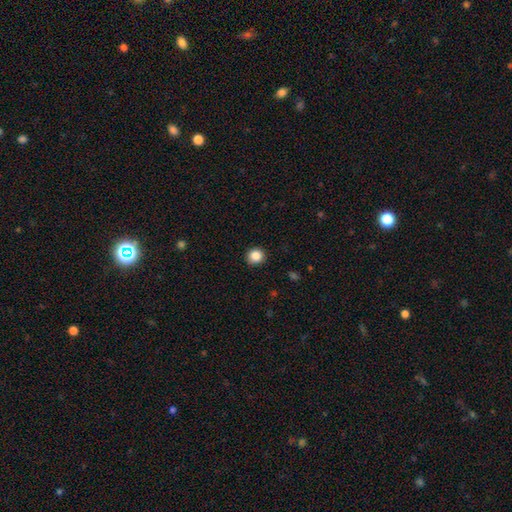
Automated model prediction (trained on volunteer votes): A smooth galaxy with no disk features (86%) that is round (90%).

Vote fractions:
- Smooth or featured? smooth: 86% / star or artifact: 10% / featured or disk: 4%
- How rounded? round: 90% / in between: 9% / cigar-shaped: 1%
- Merging? none: 91% / minor disturbance: 6% / major disturbance: 2% / merger: 1%